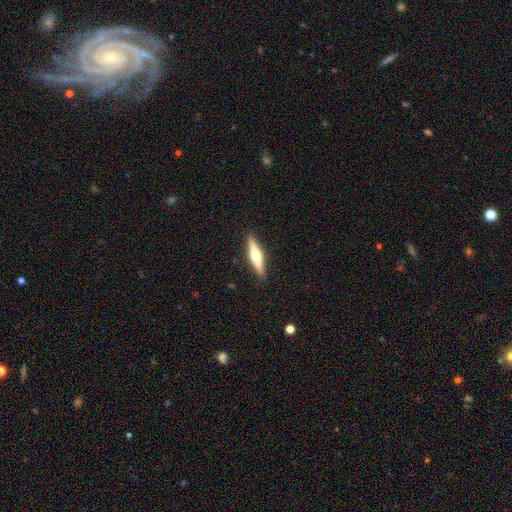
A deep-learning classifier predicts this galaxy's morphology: A featured or disk galaxy (60%) viewed edge-on (96%) with a rounded central bulge (94%). Merging: none (91%).